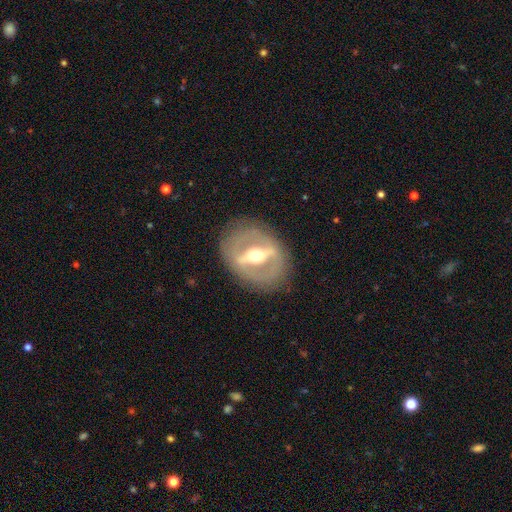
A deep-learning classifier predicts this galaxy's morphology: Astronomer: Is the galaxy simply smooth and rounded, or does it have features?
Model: featured or disk — 82%.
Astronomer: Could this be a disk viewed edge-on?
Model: no — 80%.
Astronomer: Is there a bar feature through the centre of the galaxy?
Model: strong — 81%.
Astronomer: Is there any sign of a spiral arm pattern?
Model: no — 75%.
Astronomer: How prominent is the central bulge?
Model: moderate — 73%.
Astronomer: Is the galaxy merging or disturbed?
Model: none — 83%.